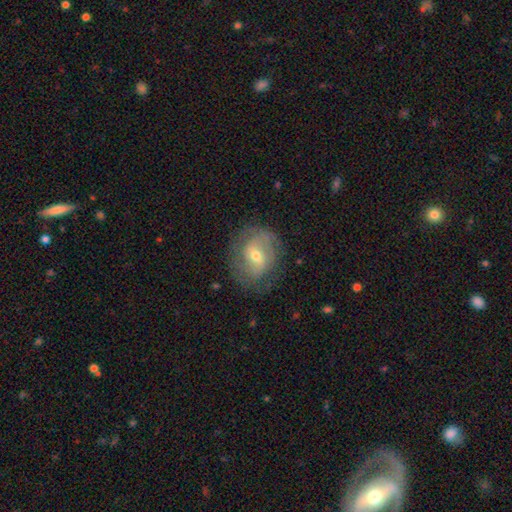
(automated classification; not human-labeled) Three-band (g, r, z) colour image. It shows a featured or disk galaxy (65%) with a weak bar (48%), spiral arms (79%) and a moderate central bulge (53%). Merging: none (75%).